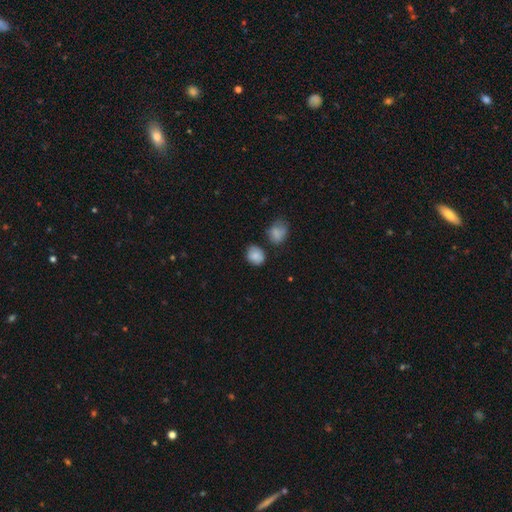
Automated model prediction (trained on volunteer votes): A smooth galaxy with no disk features (85%) that is round (59%).

Vote fractions:
- Smooth or featured? smooth: 85% / star or artifact: 9% / featured or disk: 6%
- How rounded? round: 59% / in between: 40% / cigar-shaped: 1%
- Merging? none: 73% / minor disturbance: 17% / merger: 7% / major disturbance: 4%